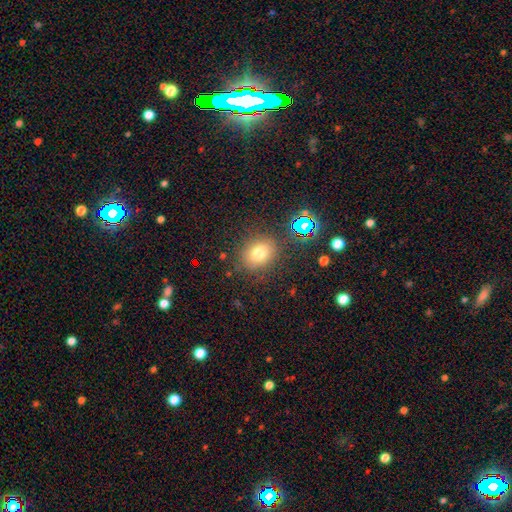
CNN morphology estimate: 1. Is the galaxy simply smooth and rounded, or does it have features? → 68% smooth, 22% star or artifact, 10% featured or disk.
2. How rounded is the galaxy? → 63% round, 36% in between, 1% cigar-shaped.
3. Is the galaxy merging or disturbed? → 83% none, 10% minor disturbance, 4% major disturbance, 3% merger.